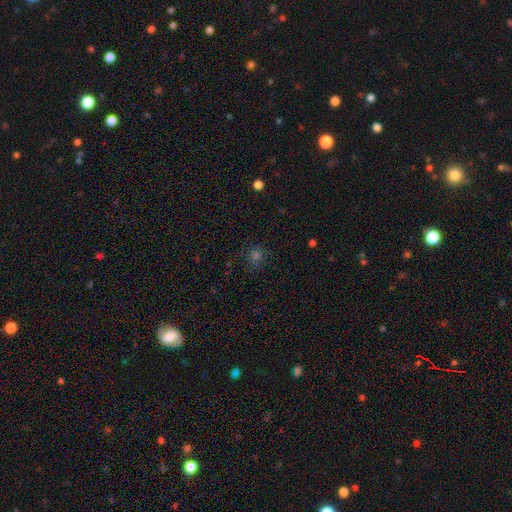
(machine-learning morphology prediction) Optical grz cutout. It shows a smooth galaxy with no disk features (62%) that is round (87%). Merging: none (84%).